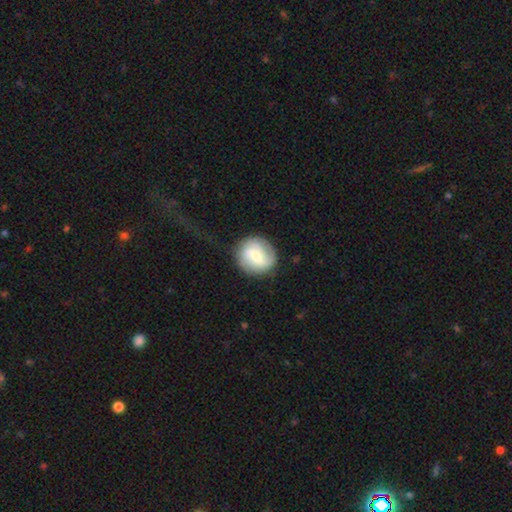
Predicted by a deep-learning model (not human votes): Smooth or featured? Predicted: featured or disk (p=0.67). Edge-on disk? Predicted: no (p=0.98). Bar? Predicted: weak (p=0.54). Spiral arms? Predicted: yes (p=0.92). Spiral winding? Predicted: medium (p=0.41). Spiral arm count? Predicted: 2 (p=0.66). Bulge size? Predicted: moderate (p=0.49). Merging? Predicted: none (p=0.81).